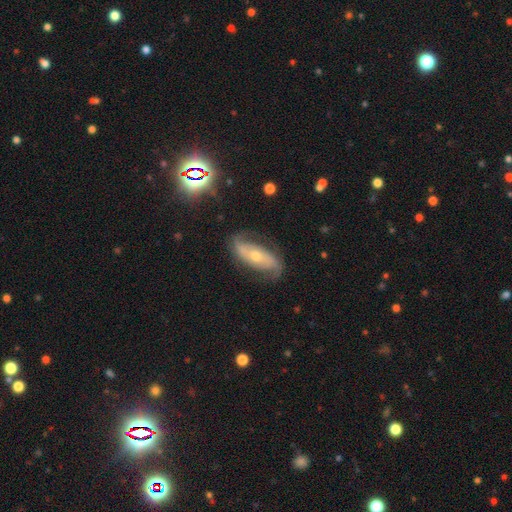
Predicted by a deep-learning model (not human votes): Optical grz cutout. It shows a featured or disk galaxy (77%) with no bar (55%), 2 (87%) loose (41%) spiral arms (91%) and a small central bulge (49%). Merging: none (73%).